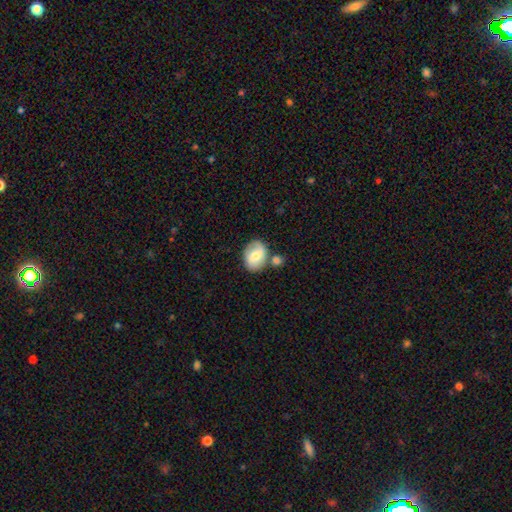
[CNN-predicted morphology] The model was most divided on "smooth or featured": smooth: 58%, featured or disk: 35%, star or artifact: 7%. More confident: how rounded — in between (64%); merging — none (59%).